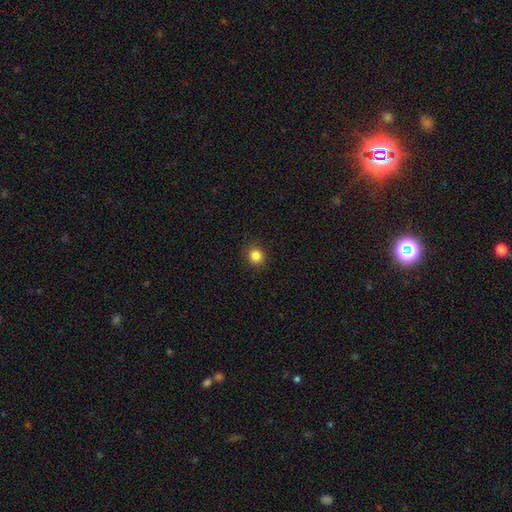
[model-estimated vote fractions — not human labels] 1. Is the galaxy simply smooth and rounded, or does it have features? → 84% smooth, 12% star or artifact, 4% featured or disk.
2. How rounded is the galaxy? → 90% round, 9% in between, 1% cigar-shaped.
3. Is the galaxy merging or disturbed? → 90% none, 7% minor disturbance, 2% major disturbance, 1% merger.